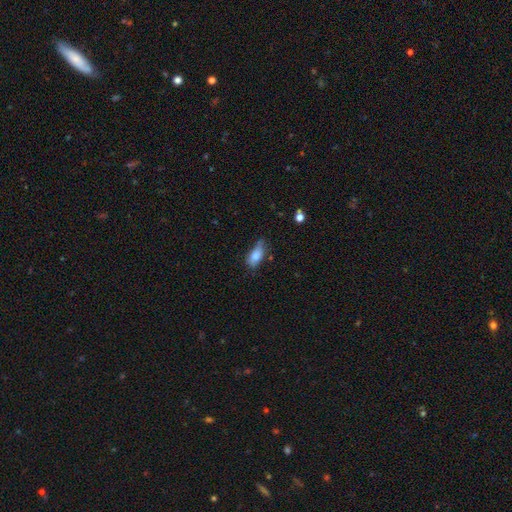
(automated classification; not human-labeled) Smooth or featured? smooth (77%)
How rounded? in between (83%)
Merging? none (48%)